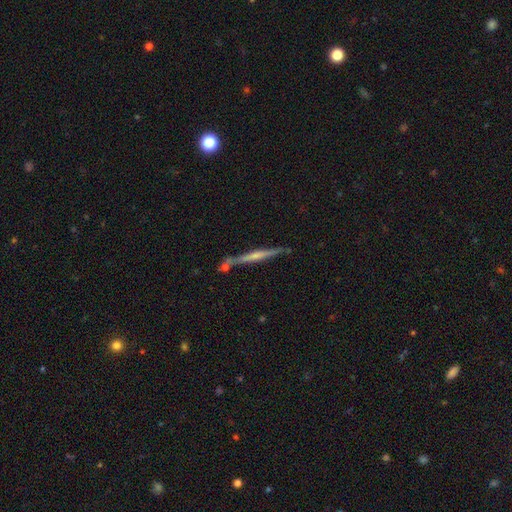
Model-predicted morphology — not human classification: This is likely a featured or disk galaxy (66%). It is clearly viewed edge-on (97%). Edge-on bulge: marginally none (44%). Merging: likely none (78%).